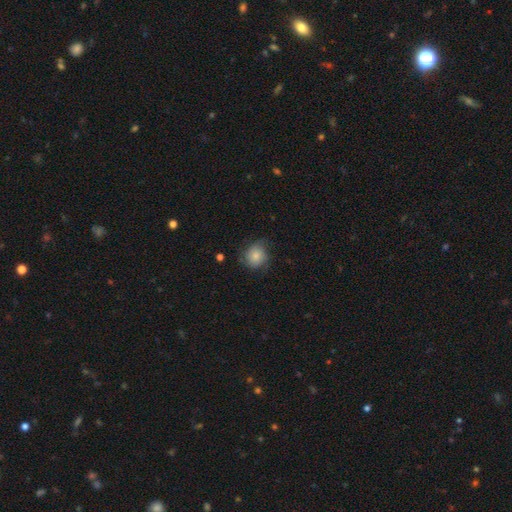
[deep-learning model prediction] smooth 78%, featured or disk 14%, star or artifact 8%. Down the decision tree: how rounded — round (82%); merging — none (65%).